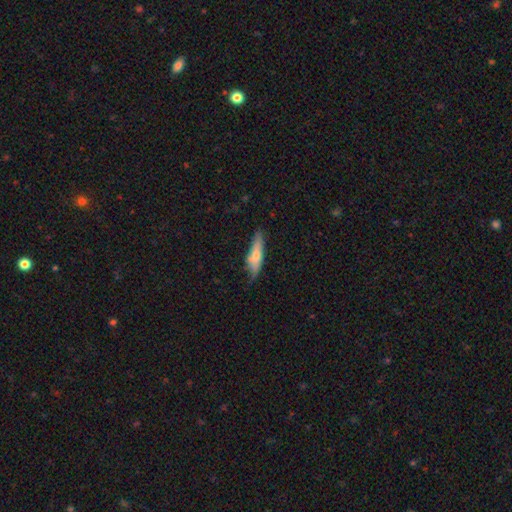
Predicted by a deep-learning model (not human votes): Smooth or featured? smooth (59%)
How rounded? cigar-shaped (67%)
Merging? none (63%)